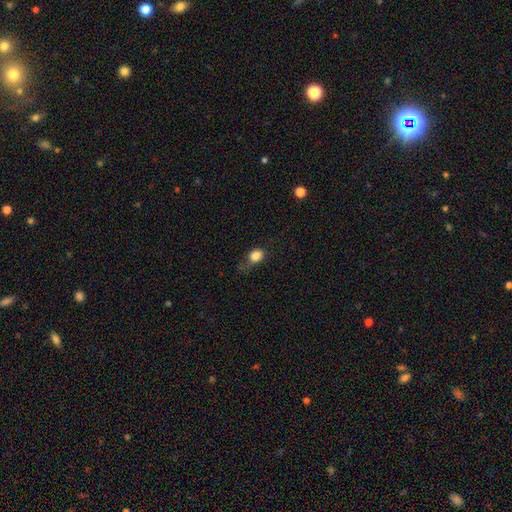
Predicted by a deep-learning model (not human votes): Smooth or featured? smooth (84%)
How rounded? in between (56%)
Merging? none (49%)